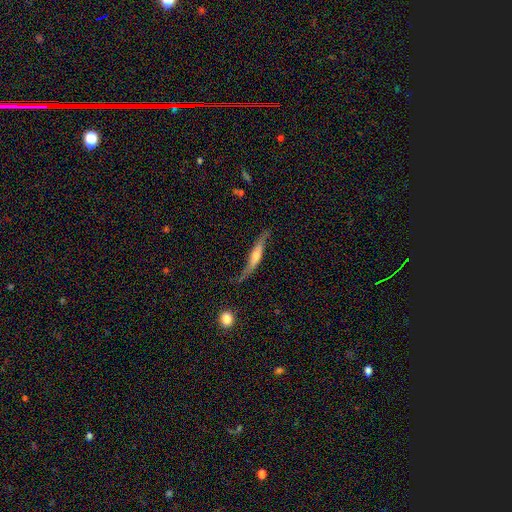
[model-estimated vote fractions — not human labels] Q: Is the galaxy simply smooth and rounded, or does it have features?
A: featured or disk — 72%.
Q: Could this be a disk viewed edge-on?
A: yes — 69%.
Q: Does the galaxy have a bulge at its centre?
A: rounded — 74%.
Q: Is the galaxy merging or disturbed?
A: none — 63%.